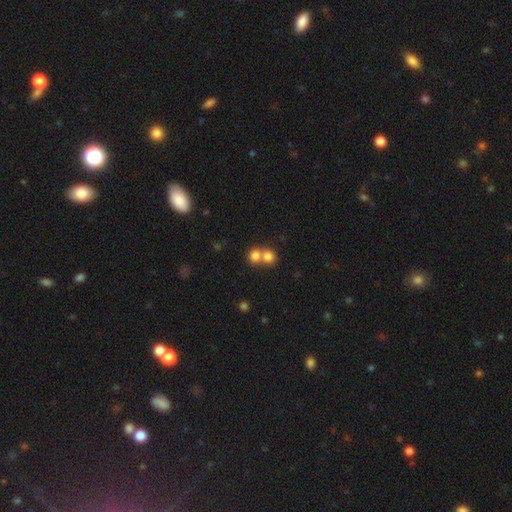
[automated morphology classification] smooth 78%, star or artifact 12%, featured or disk 10%. Down the decision tree: how rounded — round (85%); merging — merger (56%).